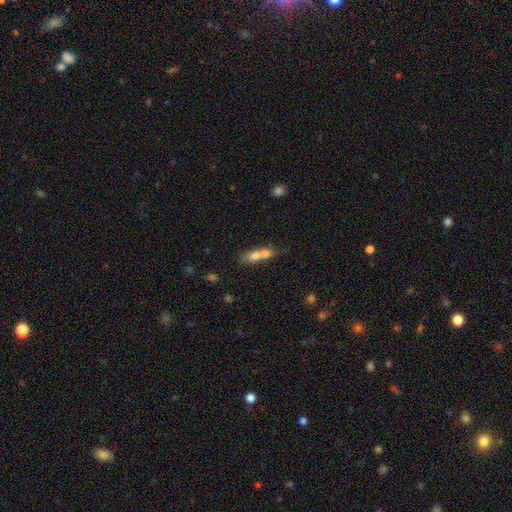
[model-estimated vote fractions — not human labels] smooth-or-featured: smooth: 66% | featured or disk: 24% | star or artifact: 9%
  how-rounded: in between: 60% | cigar-shaped: 24% | round: 17%
  merging: merger: 69% | none: 19% | minor disturbance: 7% | major disturbance: 4%